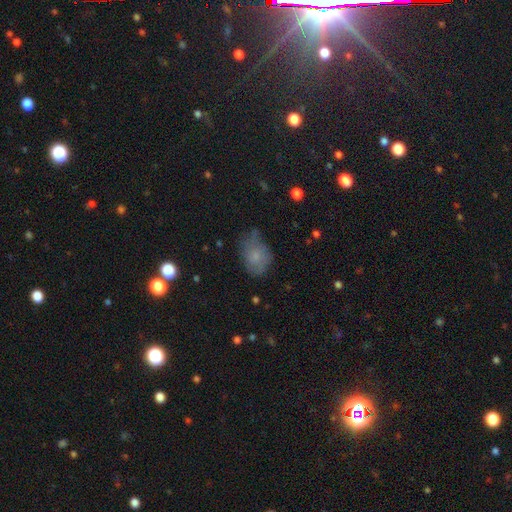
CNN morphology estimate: A smooth galaxy with no disk features (62%) that is in between round and cigar-shaped (68%).

Vote fractions:
- Smooth or featured? smooth: 62% / featured or disk: 26% / star or artifact: 12%
- How rounded? in between: 68% / round: 31% / cigar-shaped: 1%
- Merging? none: 48% / minor disturbance: 34% / major disturbance: 15% / merger: 2%